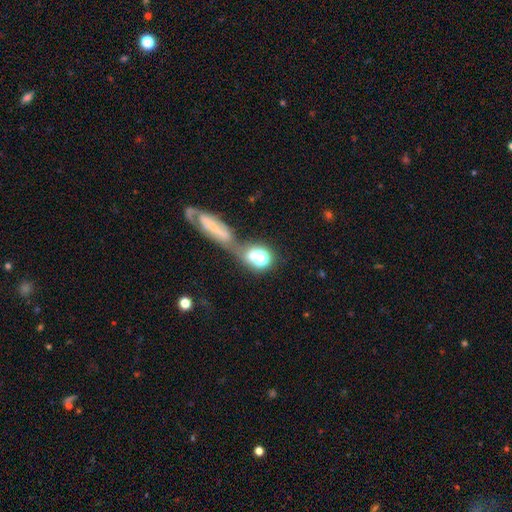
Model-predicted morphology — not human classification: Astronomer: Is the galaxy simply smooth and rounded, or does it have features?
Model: smooth — 58%.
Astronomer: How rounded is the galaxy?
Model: round — 46%, tied with in between at 46%.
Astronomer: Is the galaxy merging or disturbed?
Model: merger — 51% (runner-up: none, 29%).